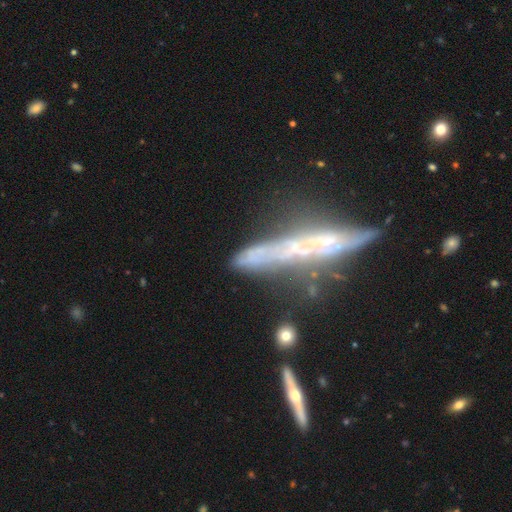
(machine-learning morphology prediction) Smooth or featured? Predicted: featured or disk (p=0.40). Merging? Predicted: none (p=0.55).